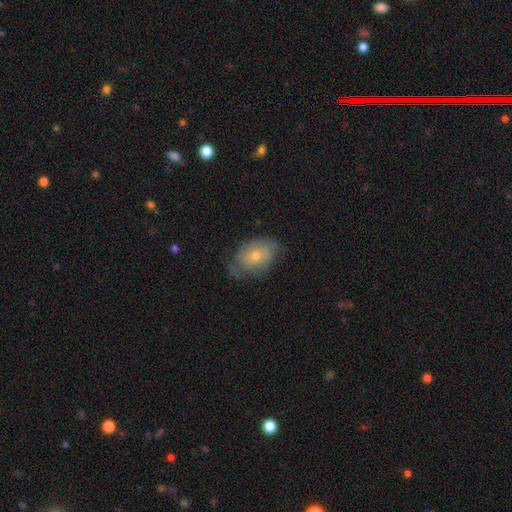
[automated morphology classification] smooth-or-featured: featured or disk: 58% | smooth: 33% | star or artifact: 9%
  disk-edge-on: no: 95% | yes: 5%
    bar: no: 78% | weak: 19% | strong: 3%
    has-spiral-arms: yes: 78% | no: 22%
    bulge-size: small: 52% | moderate: 44% | large: 2% | none: 2% | dominant: 1%
  merging: none: 61% | minor disturbance: 26% | major disturbance: 11% | merger: 1%